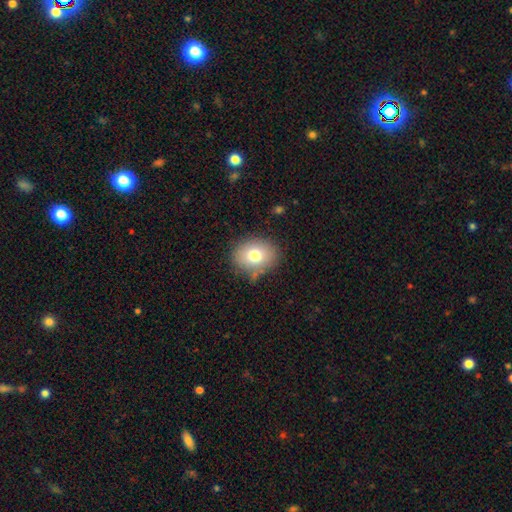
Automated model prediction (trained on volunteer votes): Smooth or featured? Predicted: smooth (p=0.75). How rounded? Predicted: round (p=0.63). Merging? Predicted: none (p=0.83).